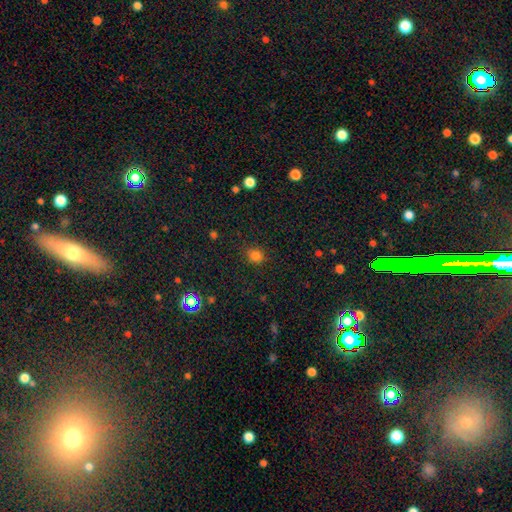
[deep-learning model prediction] Overall: smooth (81%). How rounded: round (79%). Merging: none (87%).